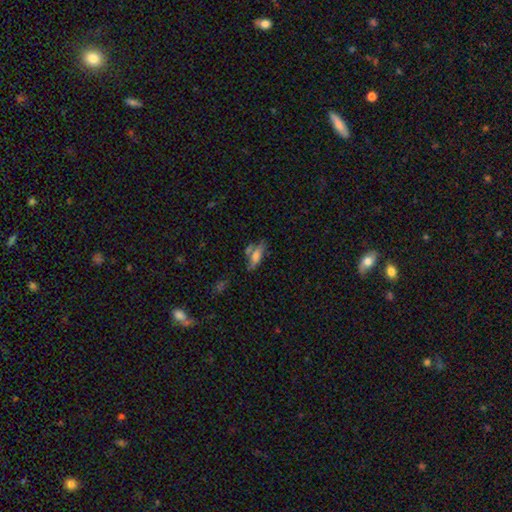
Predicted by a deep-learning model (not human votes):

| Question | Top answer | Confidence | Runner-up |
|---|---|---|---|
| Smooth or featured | smooth | 63% | featured or disk (25%) |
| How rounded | in between | 72% | cigar-shaped (24%) |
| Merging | none | 45% | minor disturbance (22%) |